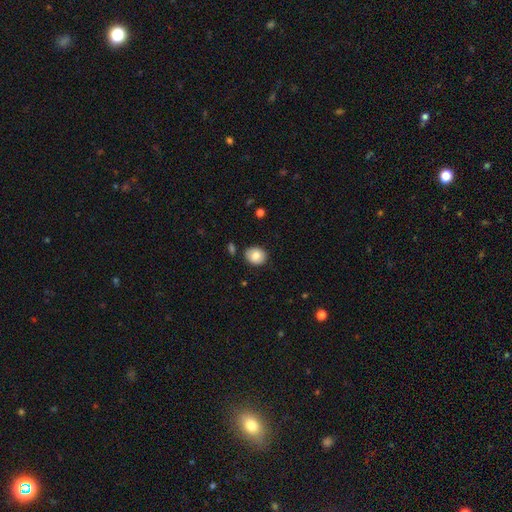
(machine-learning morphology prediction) smooth-or-featured: smooth: 77% | featured or disk: 15% | star or artifact: 8%
  how-rounded: round: 60% | in between: 39% | cigar-shaped: 1%
  merging: none: 83% | minor disturbance: 12% | merger: 3% | major disturbance: 2%